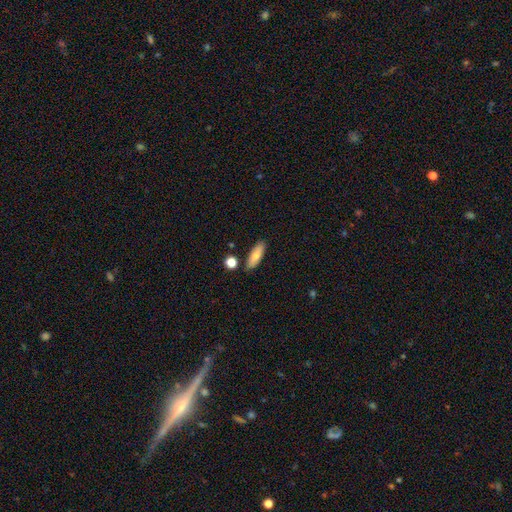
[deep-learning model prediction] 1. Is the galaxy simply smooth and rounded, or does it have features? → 73% smooth, 20% featured or disk, 7% star or artifact.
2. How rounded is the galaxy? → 60% in between, 37% cigar-shaped, 3% round.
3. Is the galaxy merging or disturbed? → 84% none, 10% minor disturbance, 4% merger, 2% major disturbance.